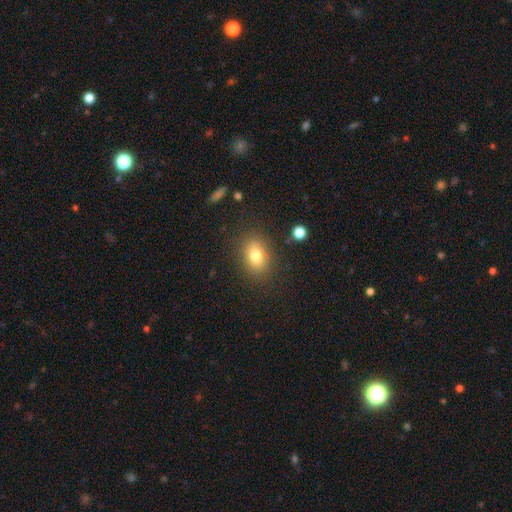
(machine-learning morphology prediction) smooth 78%, featured or disk 11%, star or artifact 10%. Down the decision tree: how rounded — in between (74%); merging — none (83%).